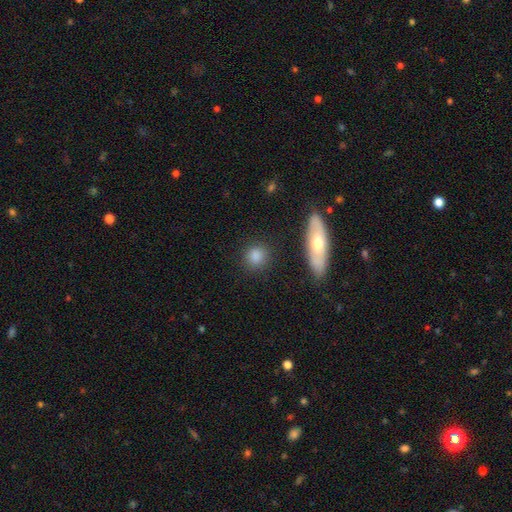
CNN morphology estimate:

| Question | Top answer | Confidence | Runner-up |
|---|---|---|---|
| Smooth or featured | smooth | 82% | star or artifact (9%) |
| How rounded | round | 78% | in between (18%) |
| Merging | none | 85% | minor disturbance (9%) |